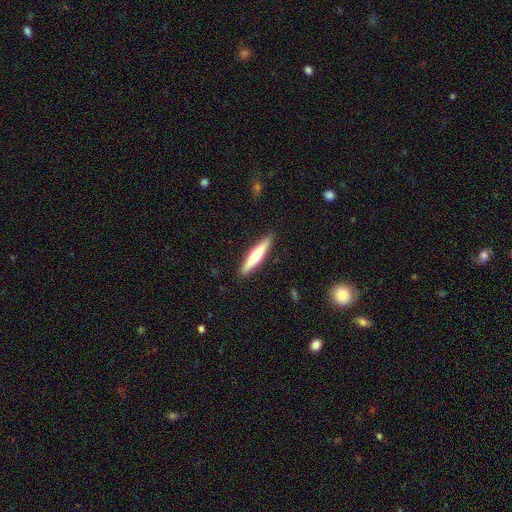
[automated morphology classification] smooth_or_featured: smooth (p=0.53) [alt: featured or disk p=0.42]
how_rounded: cigar-shaped (p=0.89) [alt: in between p=0.10]
merging: none (p=0.91) [alt: minor disturbance p=0.07]